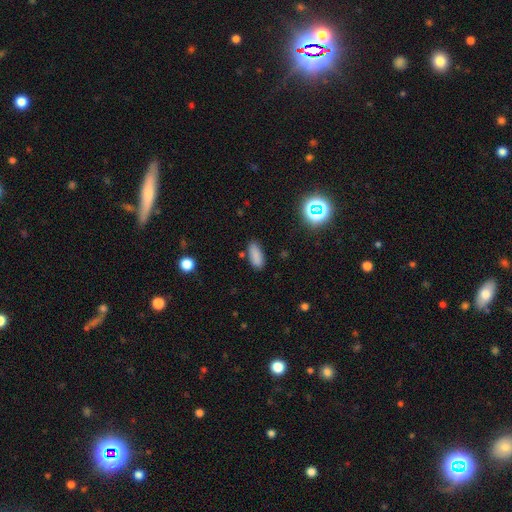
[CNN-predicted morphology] This appears to be a smooth galaxy with no disk features (84%) that is in between round and cigar-shaped (76%). Merging: none (82%).